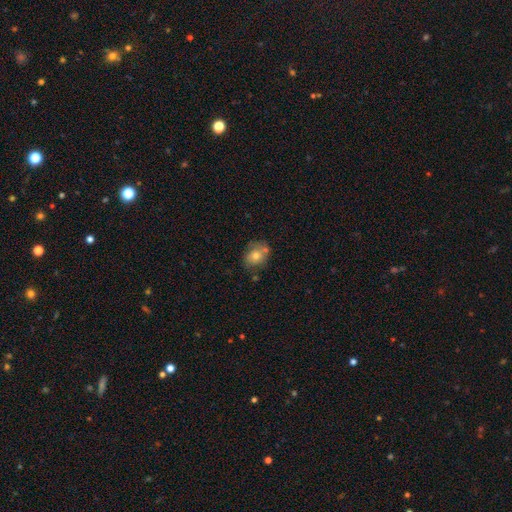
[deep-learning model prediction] Morphology: type=smooth (69%); roundness=round (53%); merging=none (53%).